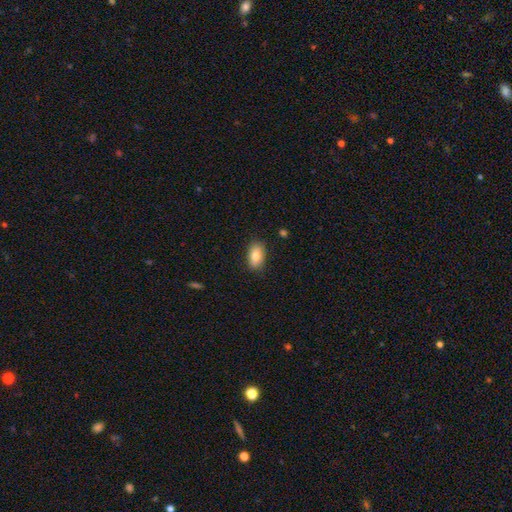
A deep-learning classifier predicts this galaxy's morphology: smooth-or-featured: smooth: 83% | featured or disk: 10% | star or artifact: 7%
  how-rounded: in between: 91% | round: 6% | cigar-shaped: 3%
  merging: none: 85% | minor disturbance: 11% | major disturbance: 2% | merger: 1%